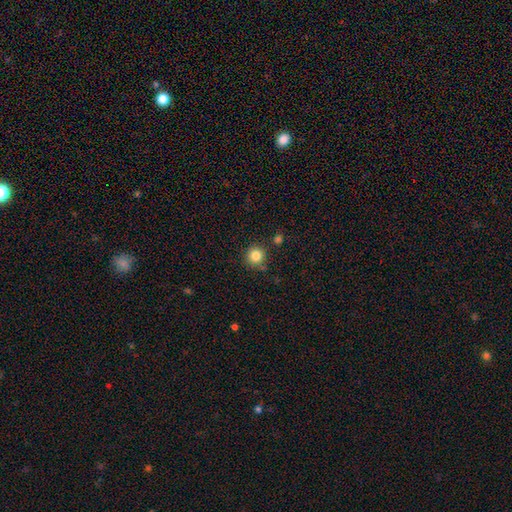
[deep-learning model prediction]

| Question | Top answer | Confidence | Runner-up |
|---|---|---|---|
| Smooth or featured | smooth | 84% | star or artifact (11%) |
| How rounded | round | 93% | in between (6%) |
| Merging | none | 82% | minor disturbance (10%) |